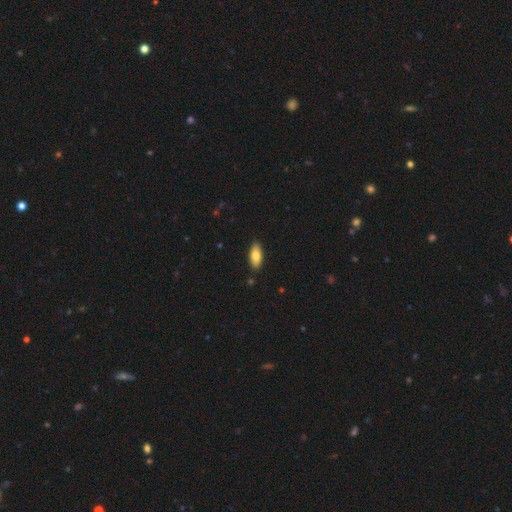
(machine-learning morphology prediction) smooth 80%, featured or disk 14%, star or artifact 6%. Down the decision tree: how rounded — in between (86%); merging — none (88%).